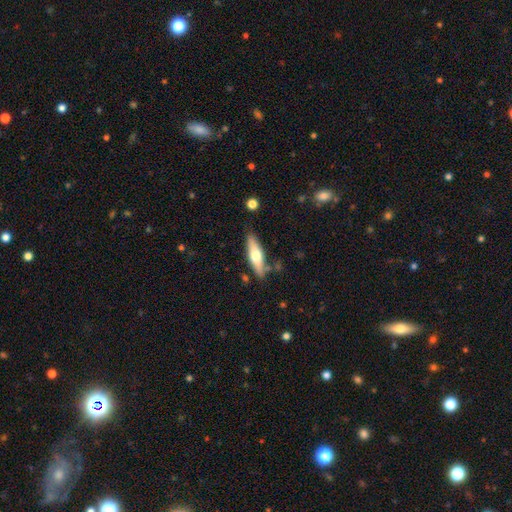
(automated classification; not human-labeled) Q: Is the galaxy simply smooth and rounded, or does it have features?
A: smooth — 51%.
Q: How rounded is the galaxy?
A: cigar-shaped — 62%.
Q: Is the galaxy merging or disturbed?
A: none — 79%.